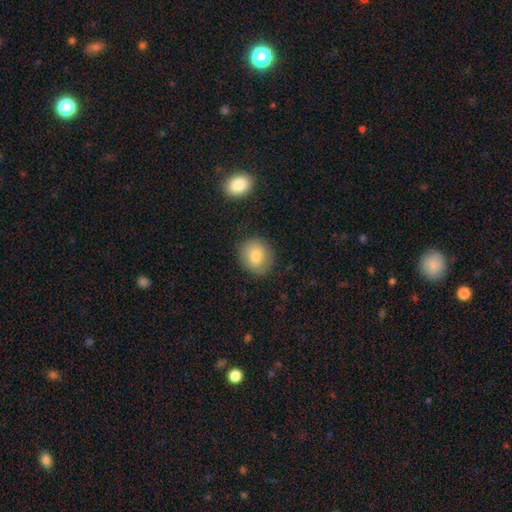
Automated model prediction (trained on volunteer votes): Smooth or featured: smooth — 80% (featured or disk — 12%)
How rounded: round — 76% (in between — 23%)
Merging: none — 84% (minor disturbance — 11%)